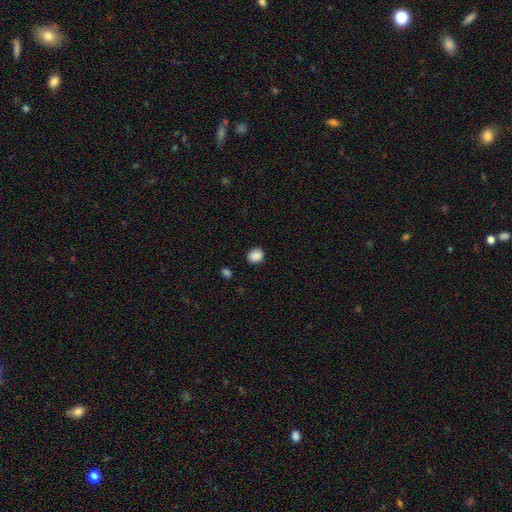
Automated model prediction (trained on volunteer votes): This is clearly a smooth galaxy (88%). How rounded: likely round (65%). Merging: clearly none (85%).